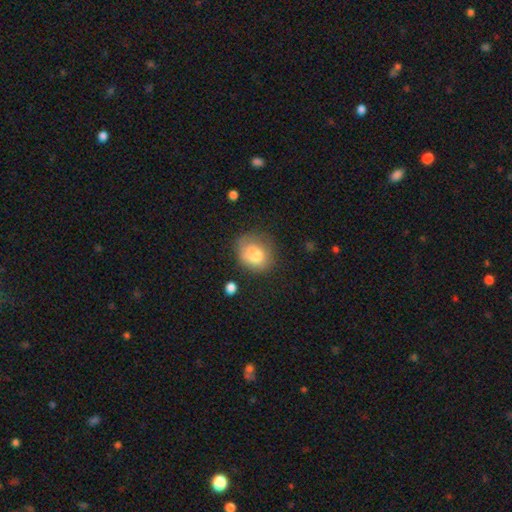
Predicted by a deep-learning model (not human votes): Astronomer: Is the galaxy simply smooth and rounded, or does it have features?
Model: smooth — 77%.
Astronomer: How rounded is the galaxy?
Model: round — 63%.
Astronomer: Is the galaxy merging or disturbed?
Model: none — 57%.